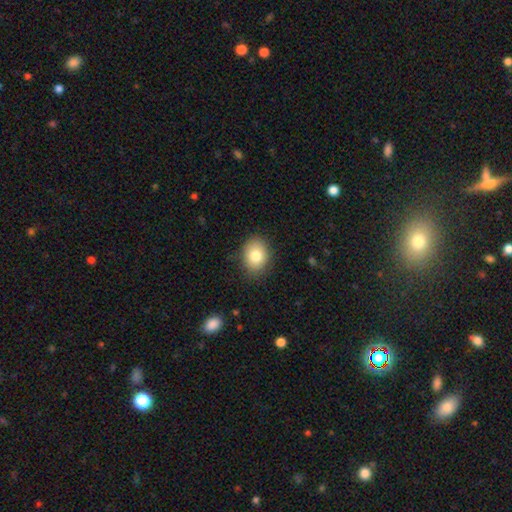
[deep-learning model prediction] Smooth or featured? Predicted: smooth (p=0.80). How rounded? Predicted: in between (p=0.58). Merging? Predicted: none (p=0.83).